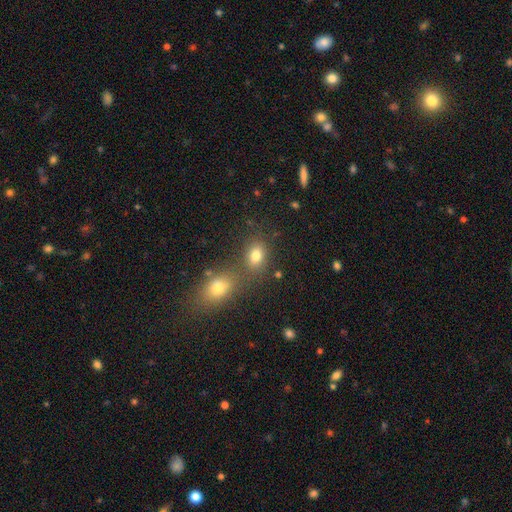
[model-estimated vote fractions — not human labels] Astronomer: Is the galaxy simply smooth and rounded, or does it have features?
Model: smooth — 77%.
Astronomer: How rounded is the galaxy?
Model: in between — 72%.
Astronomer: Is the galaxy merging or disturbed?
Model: none — 58%.